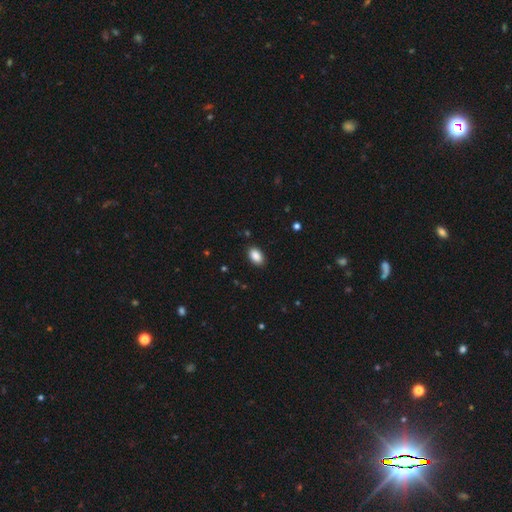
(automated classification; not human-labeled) Smooth or featured?
  - smooth: 89% *
  - star or artifact: 8%
  - featured or disk: 3%
How rounded?
  - in between: 92% *
  - round: 6%
  - cigar-shaped: 1%
Merging?
  - none: 88% *
  - minor disturbance: 9%
  - major disturbance: 2%
  - merger: 1%